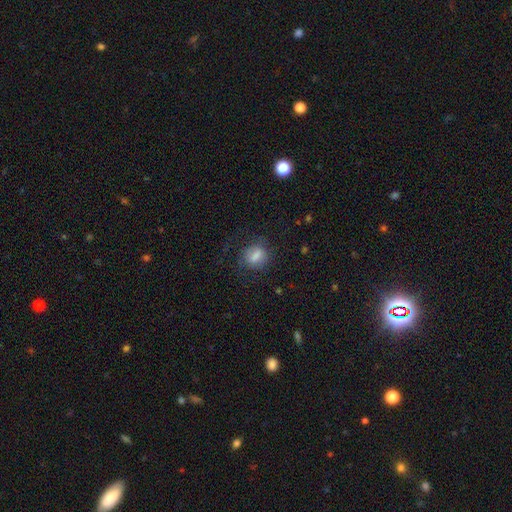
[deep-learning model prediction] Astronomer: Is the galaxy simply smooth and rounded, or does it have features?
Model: smooth — 72%.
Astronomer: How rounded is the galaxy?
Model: in between — 53% (runner-up: round, 44%).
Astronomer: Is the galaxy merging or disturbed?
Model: none — 70%.